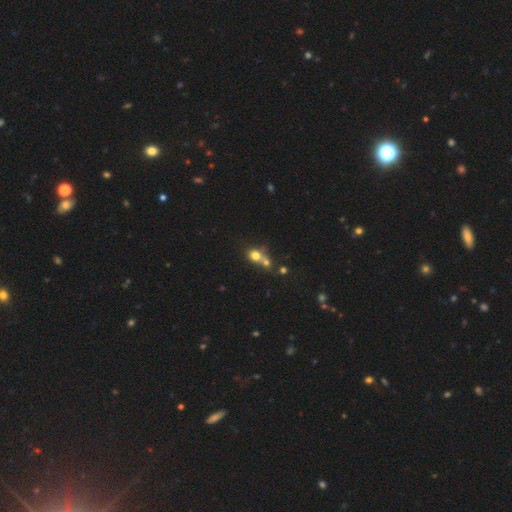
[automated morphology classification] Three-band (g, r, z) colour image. It shows a smooth galaxy with no disk features (71%) that is round (71%). Merging: merger (55%).